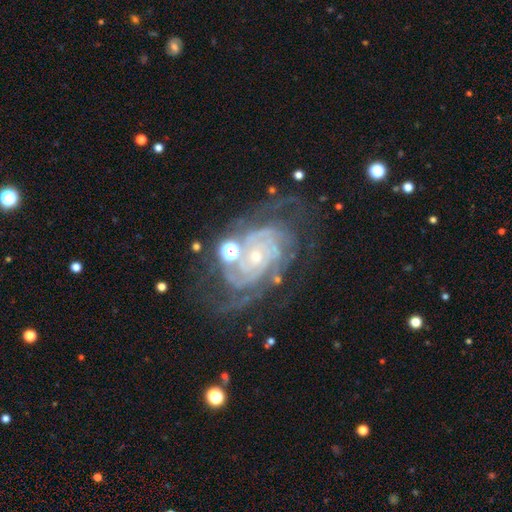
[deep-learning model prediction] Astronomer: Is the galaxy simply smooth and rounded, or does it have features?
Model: featured or disk — 89%.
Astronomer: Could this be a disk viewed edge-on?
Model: no — 97%.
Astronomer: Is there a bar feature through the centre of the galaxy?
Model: no — 75%.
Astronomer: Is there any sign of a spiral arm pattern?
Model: yes — 97%.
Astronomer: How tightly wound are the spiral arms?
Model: tight — 75%.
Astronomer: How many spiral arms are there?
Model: can't tell — 23% (runner-up: 3, 21%).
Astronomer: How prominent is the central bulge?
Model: small — 73%.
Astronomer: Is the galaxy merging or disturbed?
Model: none — 62%.